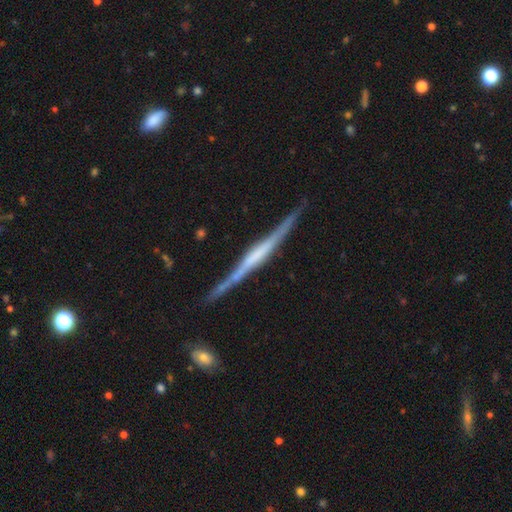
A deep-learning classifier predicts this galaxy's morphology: This is clearly a featured or disk galaxy (80%). It is clearly viewed edge-on (98%). Edge-on bulge: marginally boxy (41%). Merging: clearly none (84%).